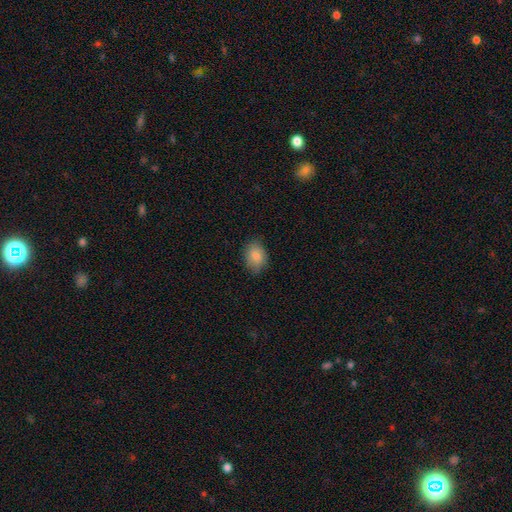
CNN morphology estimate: Smooth or featured? smooth (86%)
How rounded? in between (73%)
Merging? none (81%)